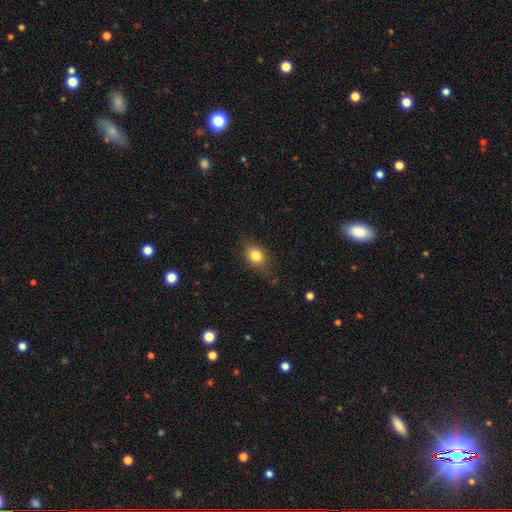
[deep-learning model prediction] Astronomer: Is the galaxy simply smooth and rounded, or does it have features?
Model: smooth — 81%.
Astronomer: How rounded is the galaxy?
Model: in between — 60% (runner-up: round, 38%).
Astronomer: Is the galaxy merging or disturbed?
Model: none — 75%.